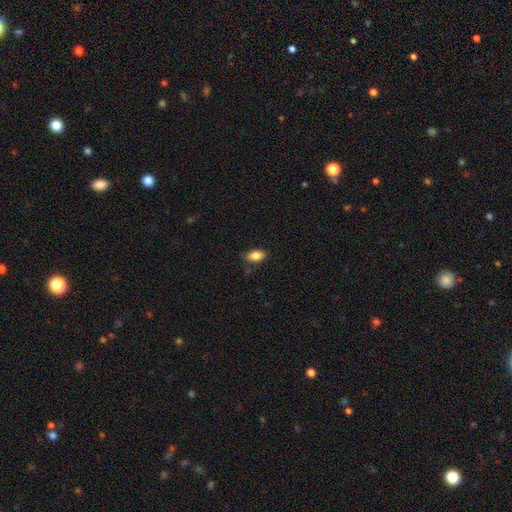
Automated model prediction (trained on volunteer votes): Morphology: type=smooth (84%); roundness=in between (89%); merging=none (80%).